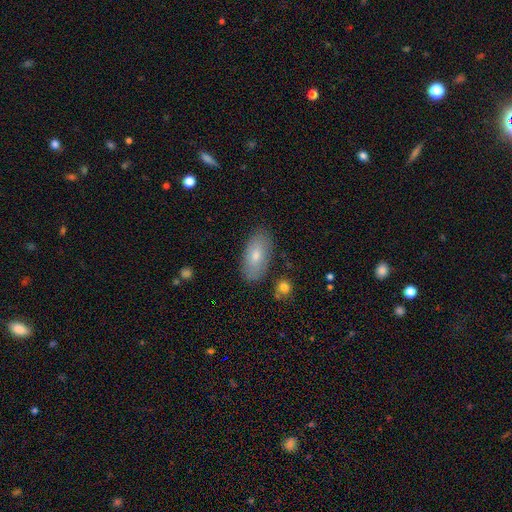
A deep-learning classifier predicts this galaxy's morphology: A smooth galaxy with no disk features (73%) that is in between round and cigar-shaped (92%). Merging: none (84%).